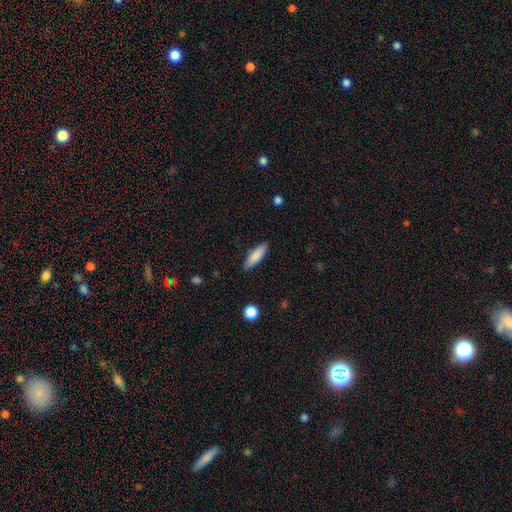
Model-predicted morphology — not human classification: A smooth galaxy with no disk features (84%) that is cigar-shaped (53%).

Vote fractions:
- Smooth or featured? smooth: 84% / featured or disk: 10% / star or artifact: 6%
- How rounded? cigar-shaped: 53% / in between: 45% / round: 2%
- Merging? none: 87% / minor disturbance: 10% / major disturbance: 2% / merger: 1%